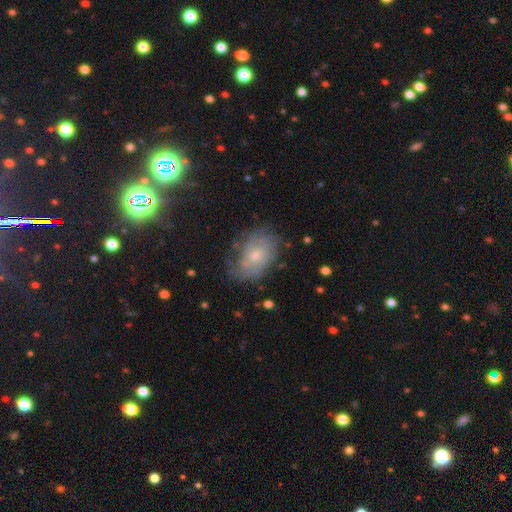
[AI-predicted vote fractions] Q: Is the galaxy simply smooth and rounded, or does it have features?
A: featured or disk — 60%.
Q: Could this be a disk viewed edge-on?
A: no — 96%.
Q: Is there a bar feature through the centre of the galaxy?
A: no — 69%.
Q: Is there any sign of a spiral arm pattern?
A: yes — 77%.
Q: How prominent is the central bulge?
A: small — 55%.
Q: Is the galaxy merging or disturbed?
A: none — 63%.